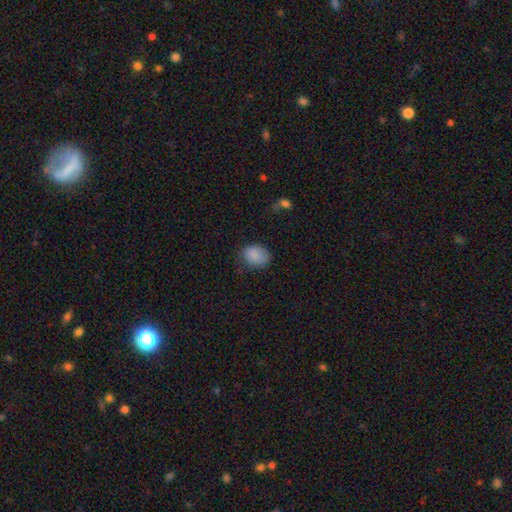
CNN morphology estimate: smooth-or-featured: smooth: 87% | star or artifact: 8% | featured or disk: 5%
  how-rounded: in between: 68% | round: 31% | cigar-shaped: 1%
  merging: none: 68% | minor disturbance: 24% | major disturbance: 6% | merger: 1%